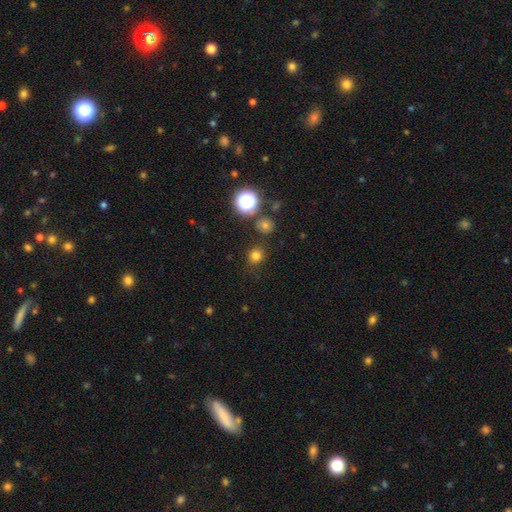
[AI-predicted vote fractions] smooth_or_featured: smooth (p=0.75) [alt: star or artifact p=0.20]
how_rounded: round (p=0.87) [alt: in between p=0.12]
merging: none (p=0.85) [alt: minor disturbance p=0.09]